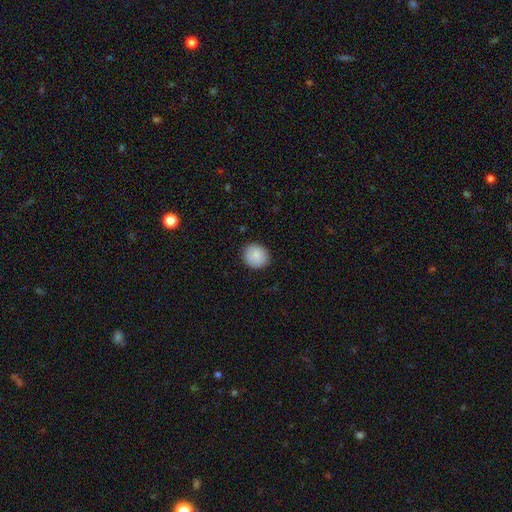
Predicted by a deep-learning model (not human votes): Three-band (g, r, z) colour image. It shows a smooth galaxy with no disk features (89%) that is round (80%). Merging: none (89%).